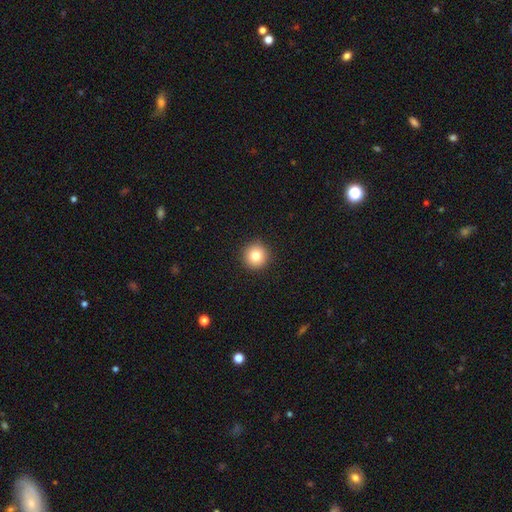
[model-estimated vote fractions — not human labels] A smooth galaxy with no disk features (80%) that is round (96%).

Vote fractions:
- Smooth or featured? smooth: 80% / star or artifact: 11% / featured or disk: 9%
- How rounded? round: 96% / in between: 3% / cigar-shaped: 1%
- Merging? none: 93% / minor disturbance: 4% / major disturbance: 2% / merger: 1%